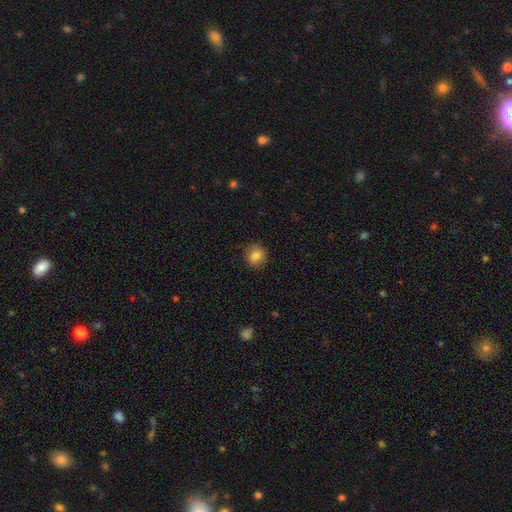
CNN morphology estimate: Smooth or featured? smooth (83%)
How rounded? round (86%)
Merging? none (87%)